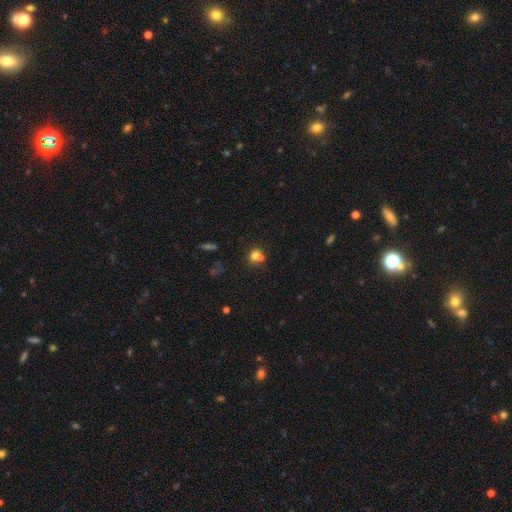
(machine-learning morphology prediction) Overall: smooth (70%). How rounded: round (76%). Merging: merger (46%; none 42%).